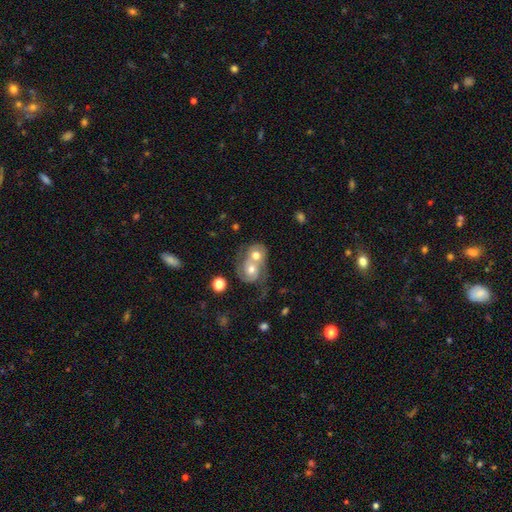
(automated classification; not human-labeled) Smooth or featured? featured or disk (60%)
Edge-on disk? no (97%)
Bar? no (80%)
Spiral arms? yes (75%)
Bulge size? moderate (67%)
Merging? merger (72%)